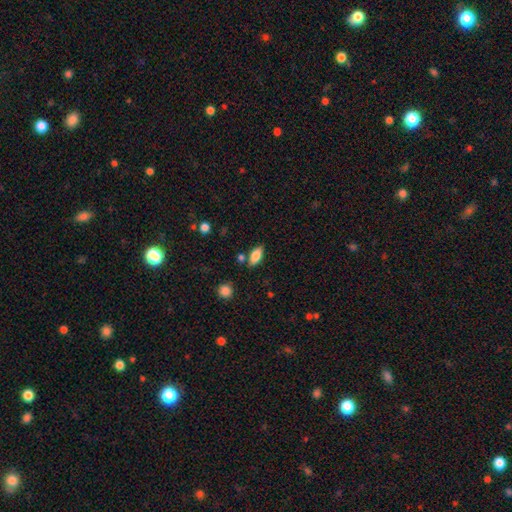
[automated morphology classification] This is clearly a smooth galaxy (81%). How rounded: clearly in between (87%). Merging: likely none (80%).